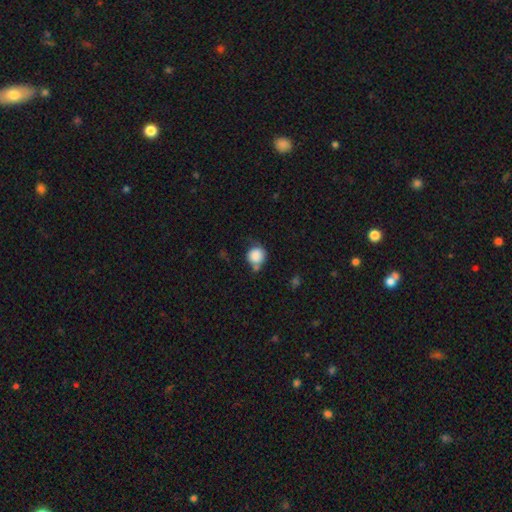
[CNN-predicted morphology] Smooth or featured: smooth — 85% (star or artifact — 9%)
How rounded: round — 87% (in between — 12%)
Merging: none — 49% (minor disturbance — 29%)